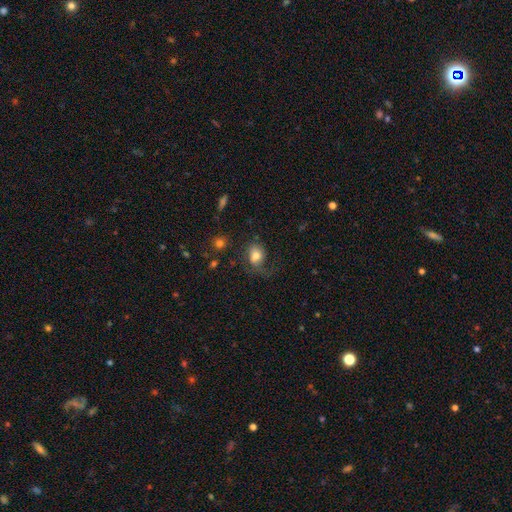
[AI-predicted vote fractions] Morphology: type=smooth (71%); roundness=in between (62%); merging=none (42%).